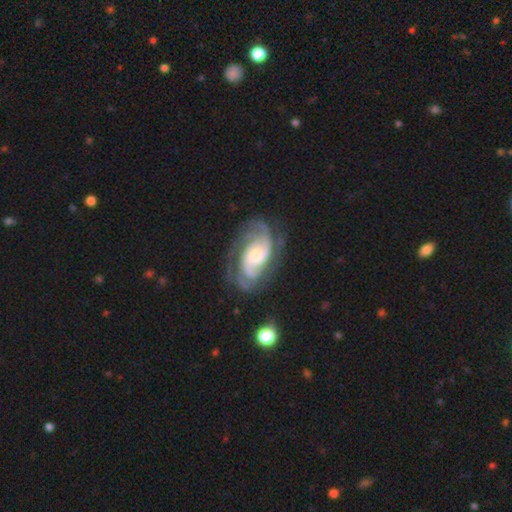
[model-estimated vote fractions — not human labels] This appears to be a featured or disk galaxy (89%) with no bar (66%), 2 (39%) tight (54%) spiral arms (97%) and a moderate central bulge (47%). Merging: none (70%).